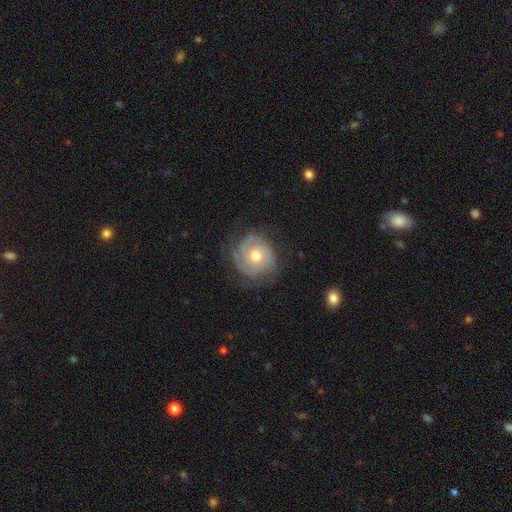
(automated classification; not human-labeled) A featured or disk galaxy (69%) with no bar (82%), tight (65%) spiral arms (88%) and a moderate central bulge (71%). Merging: none (68%).